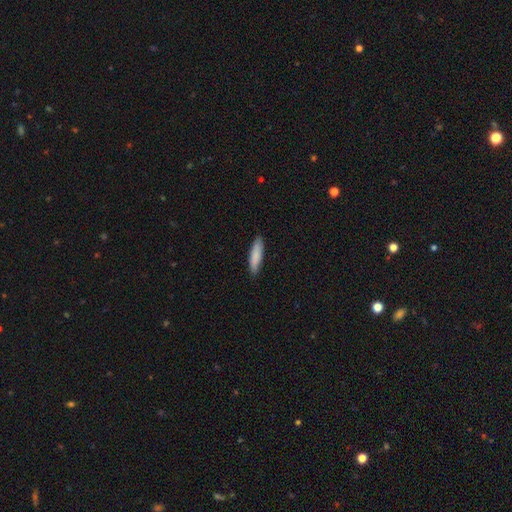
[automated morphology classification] This appears to be a smooth galaxy with no disk features (86%) that is cigar-shaped (71%). Merging: none (87%).